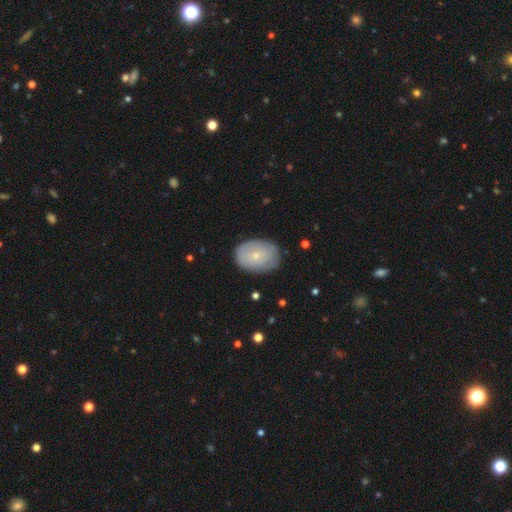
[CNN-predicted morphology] type=smooth (62%); roundness=in between (74%); merging=none (78%).